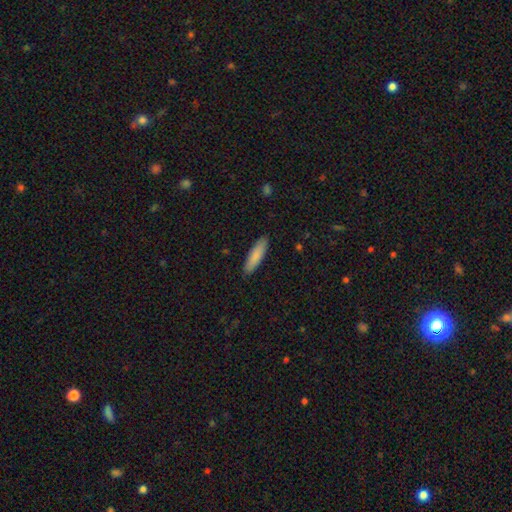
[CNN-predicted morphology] Smooth or featured: smooth — 85% (featured or disk — 9%)
How rounded: cigar-shaped — 70% (in between — 29%)
Merging: none — 90% (minor disturbance — 8%)